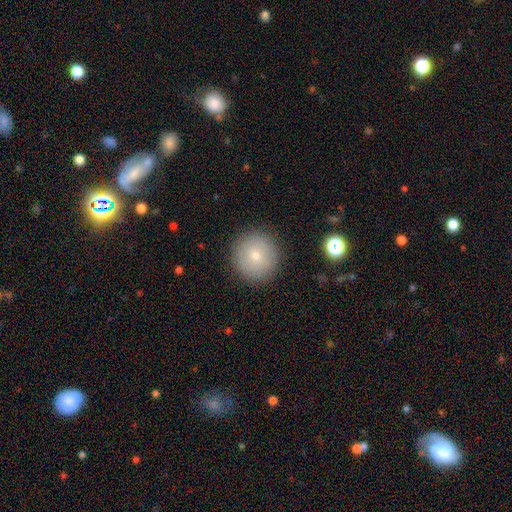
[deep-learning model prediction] smooth 74%, featured or disk 16%, star or artifact 10%. Down the decision tree: how rounded — round (93%); merging — none (89%).